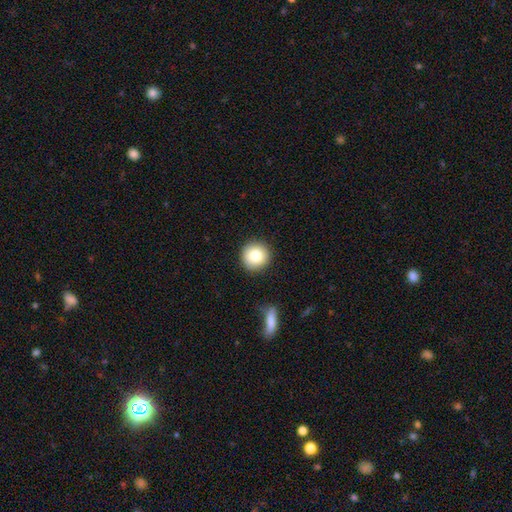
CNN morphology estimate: This appears to be a smooth galaxy with no disk features (81%) that is round (94%). Merging: none (89%).